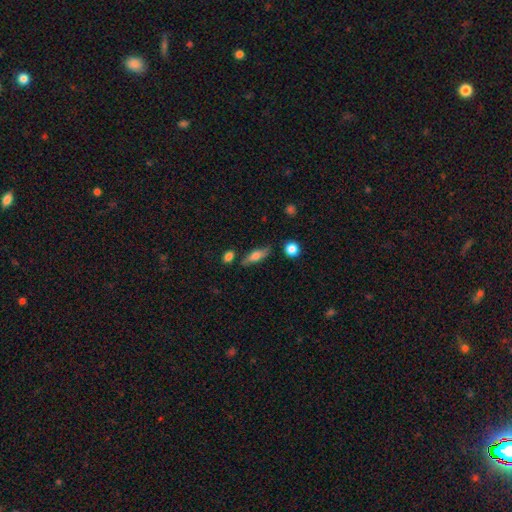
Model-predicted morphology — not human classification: smooth_or_featured: smooth (p=0.63) [alt: featured or disk p=0.30]
how_rounded: in between (p=0.53) [alt: cigar-shaped p=0.42]
merging: none (p=0.77) [alt: minor disturbance p=0.15]